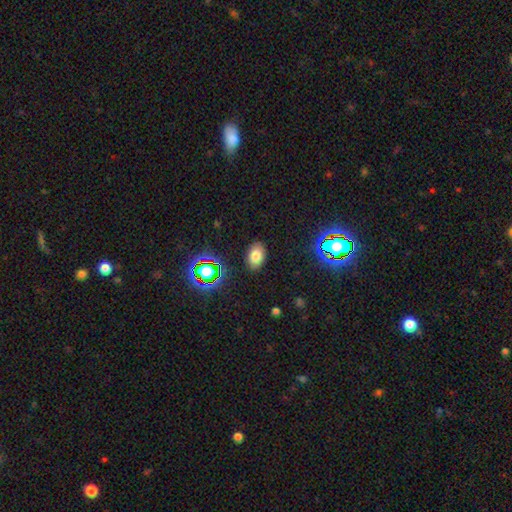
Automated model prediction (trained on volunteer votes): smooth_or_featured: smooth (p=0.73) [alt: star or artifact p=0.18]
how_rounded: in between (p=0.87) [alt: round p=0.12]
merging: none (p=0.87) [alt: minor disturbance p=0.09]